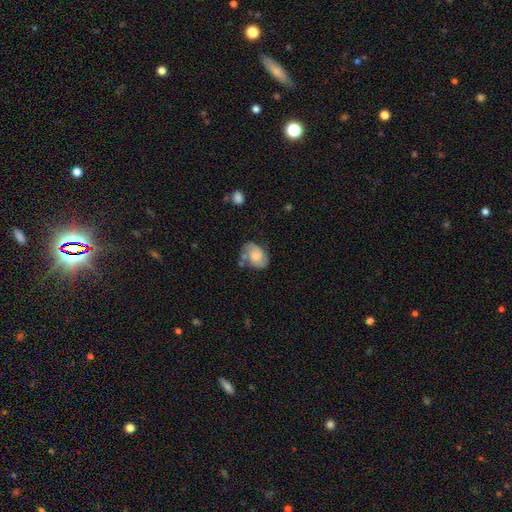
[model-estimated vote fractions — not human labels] This appears to be a smooth galaxy with no disk features (57%) that is in between round and cigar-shaped (80%). Merging: none (57%).